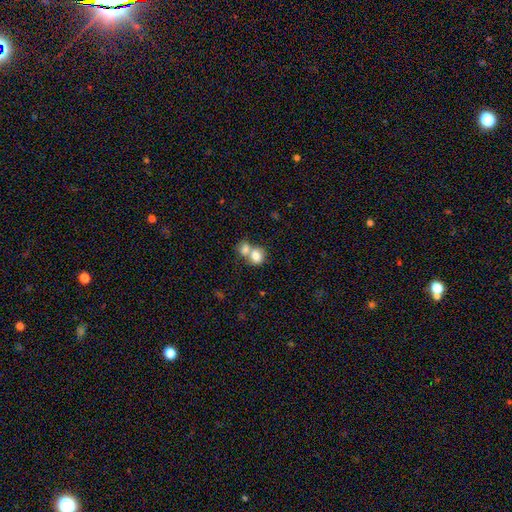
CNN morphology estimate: A smooth galaxy with no disk features (79%) that is round (60%). Merging: merger (64%).